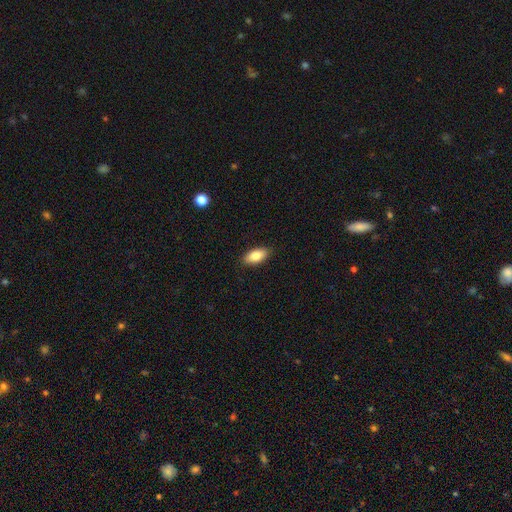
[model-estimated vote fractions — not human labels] Smooth or featured: smooth — 84% (featured or disk — 9%)
How rounded: in between — 90% (cigar-shaped — 7%)
Merging: none — 89% (minor disturbance — 8%)